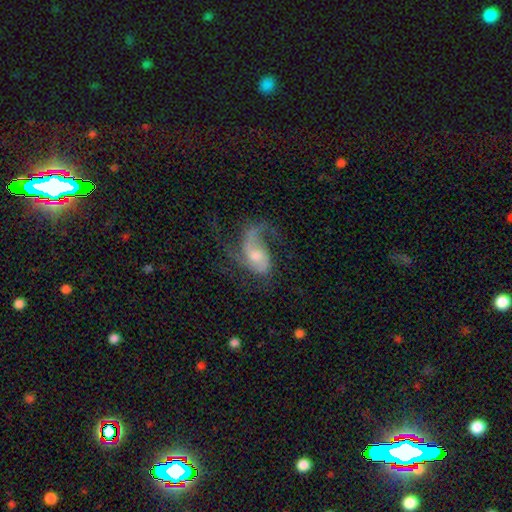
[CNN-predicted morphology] Overall: featured or disk (79%). Edge-on disk: no (97%). Bar: no (53%; weak 37%). Spiral arms: yes (92%). Spiral arm count: 2 (47%; 1 29%). Spiral winding: loose (51%; medium 39%). Bulge size: moderate (47%; small 37%). Merging: none (43%; major disturbance 36%).